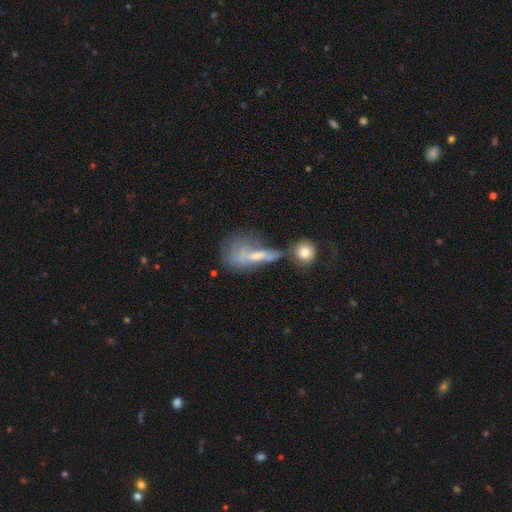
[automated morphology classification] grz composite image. It shows a featured or disk galaxy (44%). Merging: merger (31%).